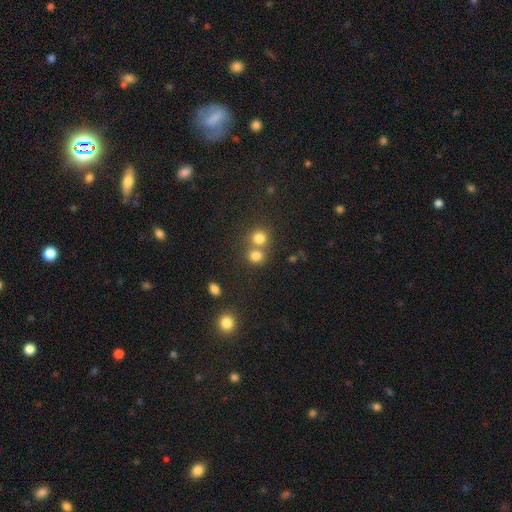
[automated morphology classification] Smooth or featured? smooth (78%)
How rounded? round (79%)
Merging? none (48%)